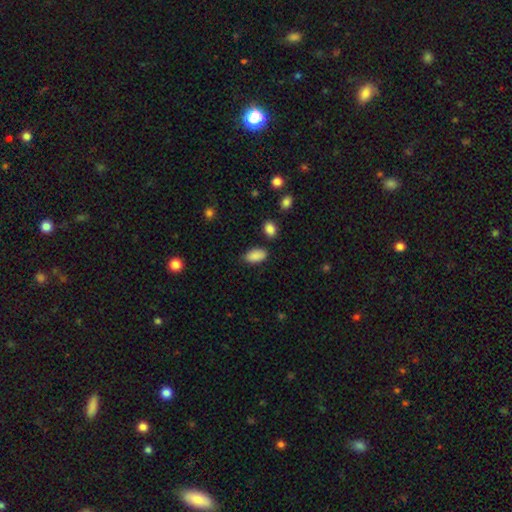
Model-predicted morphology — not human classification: A smooth galaxy with no disk features (89%) that is in between round and cigar-shaped (94%). Merging: none (80%).